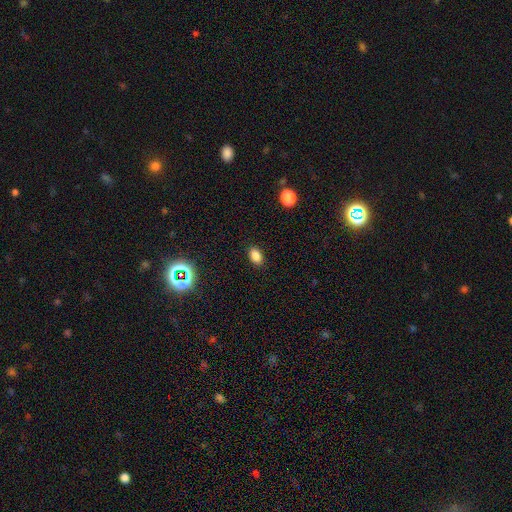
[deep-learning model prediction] smooth 84%, star or artifact 11%, featured or disk 4%. Down the decision tree: how rounded — in between (85%); merging — none (89%).